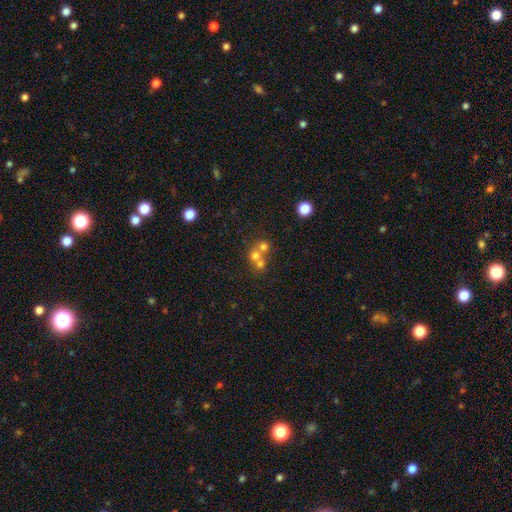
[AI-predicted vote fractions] Morphology: type=smooth (64%); roundness=round (85%); merging=merger (57%).